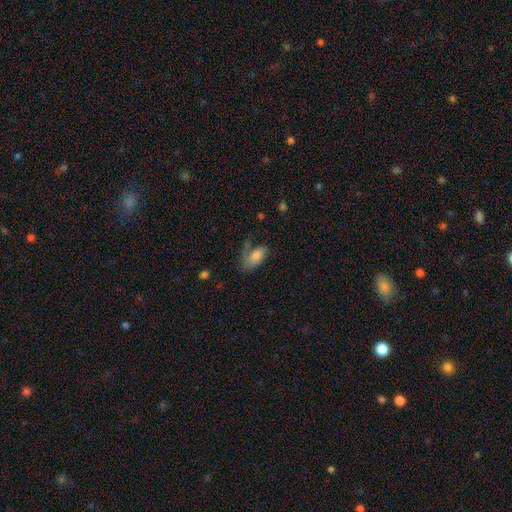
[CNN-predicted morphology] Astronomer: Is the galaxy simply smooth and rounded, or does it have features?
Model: smooth — 65%.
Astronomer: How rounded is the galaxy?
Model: in between — 90%.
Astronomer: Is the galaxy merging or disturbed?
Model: none — 43% (runner-up: minor disturbance, 27%).